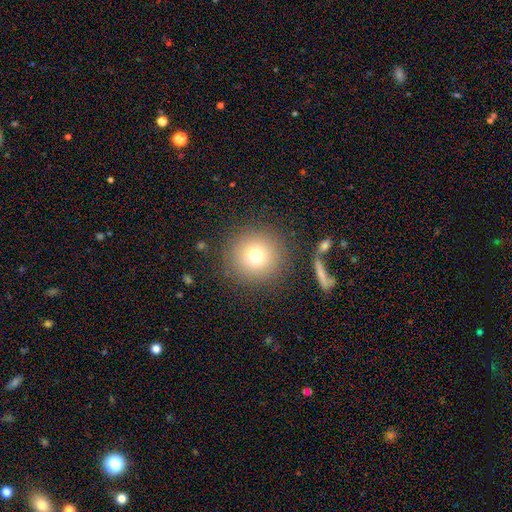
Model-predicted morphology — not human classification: type=smooth (75%); roundness=round (95%); merging=none (86%).